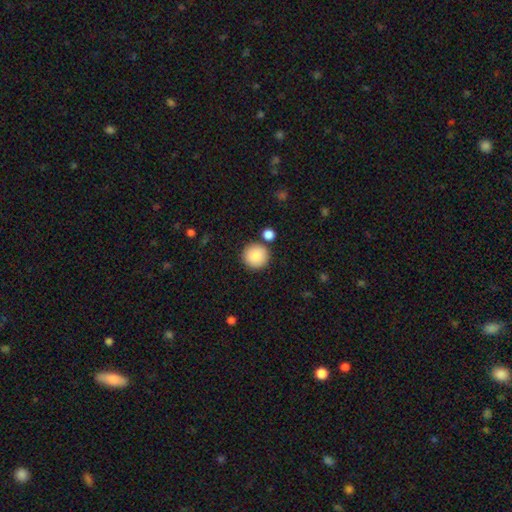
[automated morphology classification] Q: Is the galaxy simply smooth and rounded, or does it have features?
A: smooth — 88%.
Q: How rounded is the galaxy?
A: round — 95%.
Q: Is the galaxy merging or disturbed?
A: none — 83%.